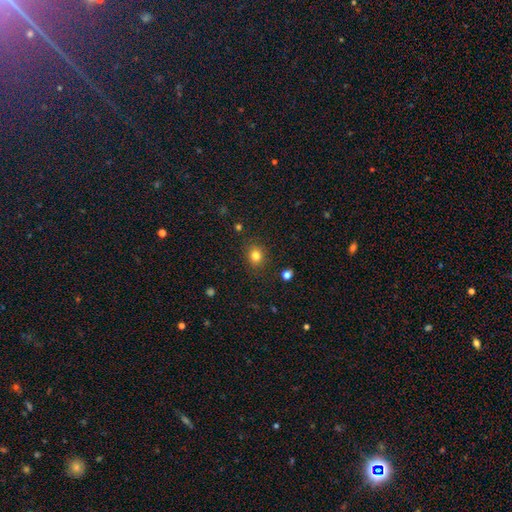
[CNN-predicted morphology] This appears to be a smooth galaxy with no disk features (81%) that is round (79%). Merging: none (88%).